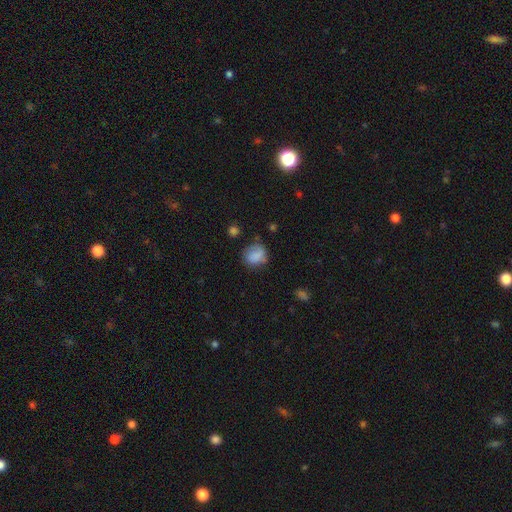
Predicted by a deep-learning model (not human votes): Morphology: type=smooth (78%); roundness=round (61%); merging=none (53%).